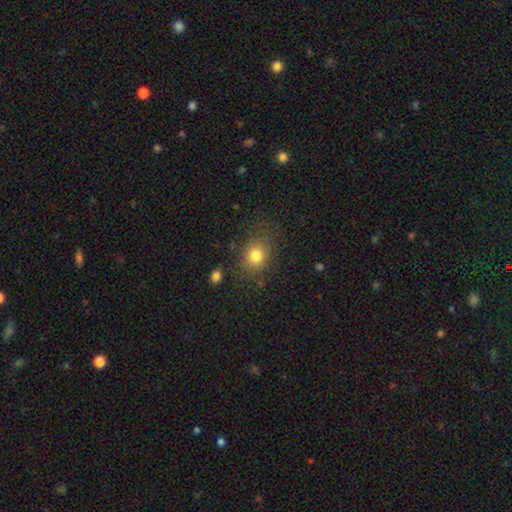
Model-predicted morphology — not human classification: This is likely a smooth galaxy (80%). How rounded: possibly round (59%). Merging: likely none (77%).